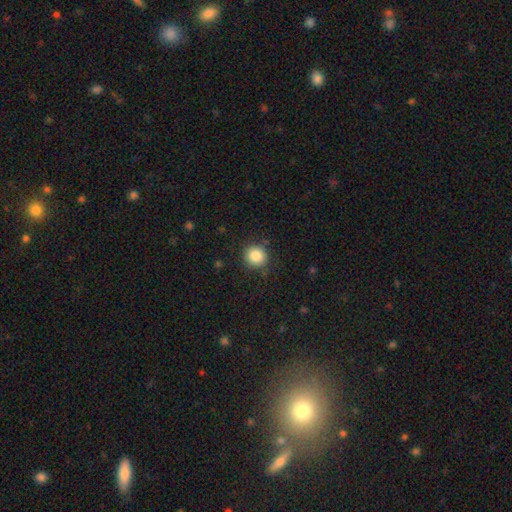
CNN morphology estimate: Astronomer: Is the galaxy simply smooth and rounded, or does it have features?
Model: smooth — 85%.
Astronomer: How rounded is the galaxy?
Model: round — 92%.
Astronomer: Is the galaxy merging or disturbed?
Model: none — 87%.